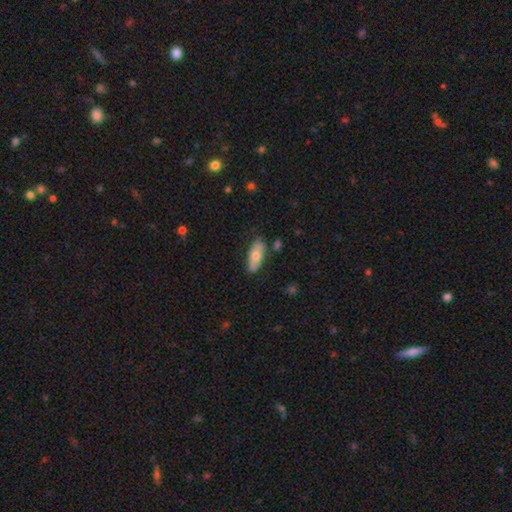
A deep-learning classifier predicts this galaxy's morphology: Q: Smooth or featured?
A: smooth (64%); runner-up: featured or disk (30%)
Q: How rounded?
A: in between (77%); runner-up: cigar-shaped (20%)
Q: Merging?
A: none (78%); runner-up: minor disturbance (16%)